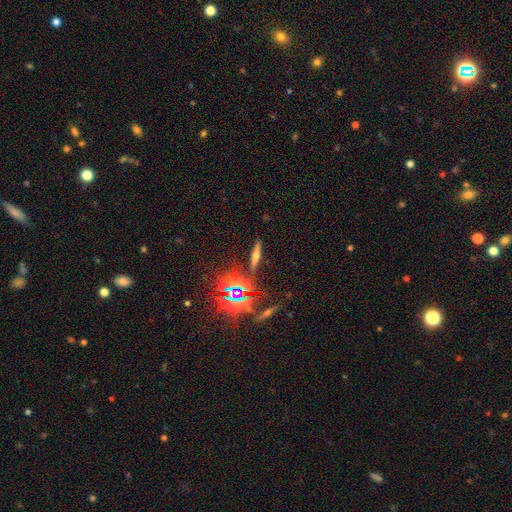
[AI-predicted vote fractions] A featured or disk galaxy (38%).

Vote fractions:
- Smooth or featured? featured or disk: 38% / smooth: 35% / star or artifact: 27%
- Merging? none: 87% / minor disturbance: 8% / major disturbance: 3% / merger: 2%